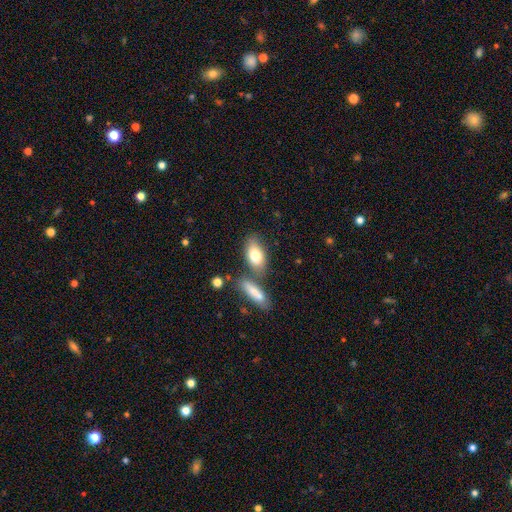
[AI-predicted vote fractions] Smooth or featured? Predicted: smooth (p=0.77). How rounded? Predicted: in between (p=0.85). Merging? Predicted: none (p=0.59).